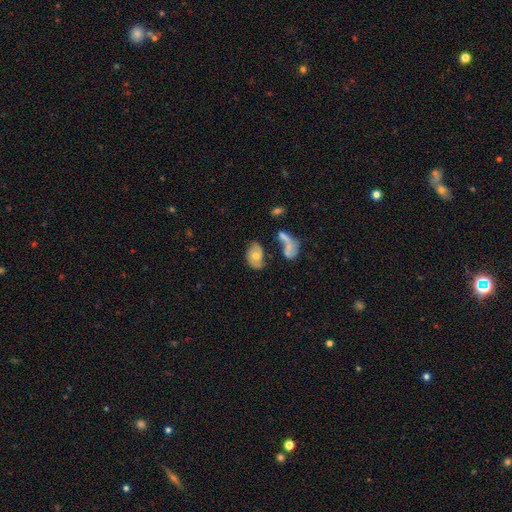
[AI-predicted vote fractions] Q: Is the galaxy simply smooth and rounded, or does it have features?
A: featured or disk — 47%.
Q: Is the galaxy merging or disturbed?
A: none — 37%.